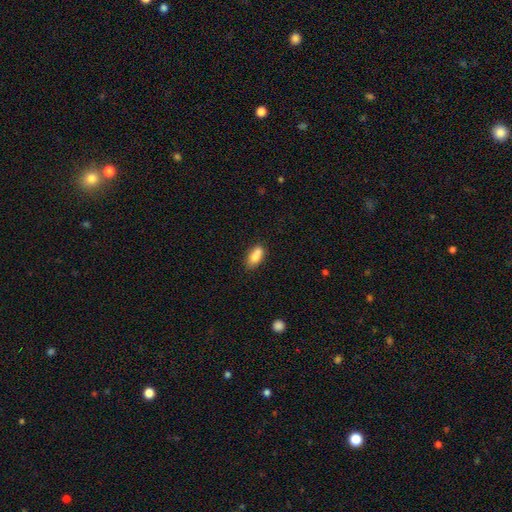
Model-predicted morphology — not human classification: A smooth galaxy with no disk features (79%) that is in between round and cigar-shaped (84%).

Vote fractions:
- Smooth or featured? smooth: 79% / featured or disk: 13% / star or artifact: 9%
- How rounded? in between: 84% / cigar-shaped: 11% / round: 5%
- Merging? none: 53% / merger: 25% / minor disturbance: 18% / major disturbance: 5%